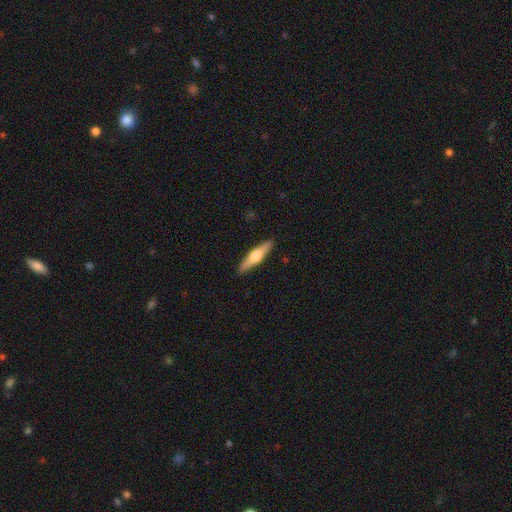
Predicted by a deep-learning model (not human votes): smooth_or_featured: featured or disk (p=0.60) [alt: smooth p=0.35]
disk_edge_on: yes (p=0.96) [alt: no p=0.04]
edge_on_bulge: rounded (p=0.93) [alt: boxy p=0.04]
merging: none (p=0.90) [alt: minor disturbance p=0.07]